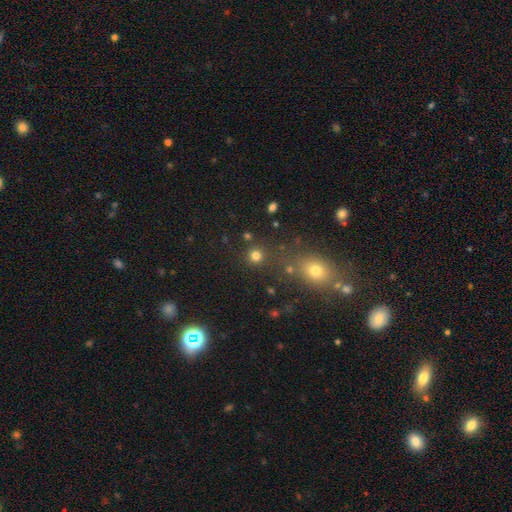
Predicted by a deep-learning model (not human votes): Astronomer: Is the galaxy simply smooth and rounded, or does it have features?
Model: smooth — 76%.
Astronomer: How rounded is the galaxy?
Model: round — 92%.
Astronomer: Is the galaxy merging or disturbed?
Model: none — 82%.